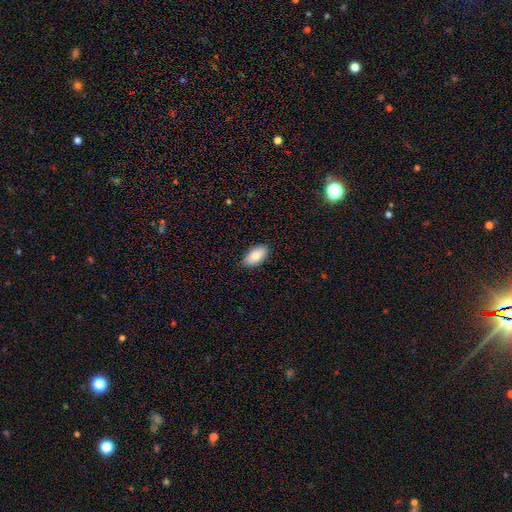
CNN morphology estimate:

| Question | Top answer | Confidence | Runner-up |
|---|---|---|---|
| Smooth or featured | smooth | 82% | featured or disk (11%) |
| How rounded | in between | 94% | round (3%) |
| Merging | none | 87% | minor disturbance (10%) |